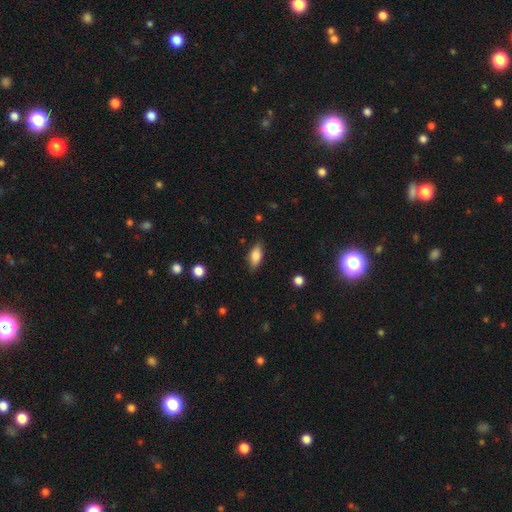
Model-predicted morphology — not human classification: A smooth galaxy with no disk features (81%) that is in between round and cigar-shaped (84%).

Vote fractions:
- Smooth or featured? smooth: 81% / featured or disk: 12% / star or artifact: 7%
- How rounded? in between: 84% / cigar-shaped: 12% / round: 3%
- Merging? none: 84% / minor disturbance: 12% / major disturbance: 3% / merger: 1%